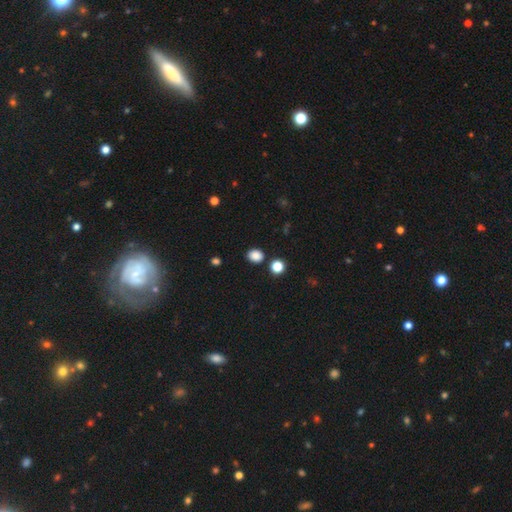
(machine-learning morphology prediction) This is clearly a smooth galaxy (86%). How rounded: possibly round (56%). Merging: clearly none (86%).